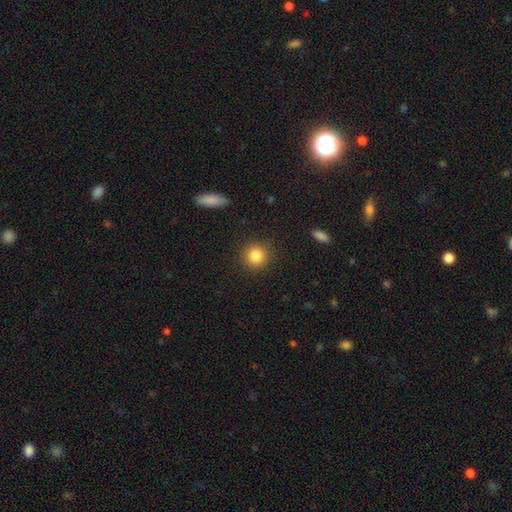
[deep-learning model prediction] A smooth galaxy with no disk features (85%) that is round (92%).

Vote fractions:
- Smooth or featured? smooth: 85% / star or artifact: 10% / featured or disk: 5%
- How rounded? round: 92% / in between: 7% / cigar-shaped: 1%
- Merging? none: 90% / minor disturbance: 7% / major disturbance: 2% / merger: 1%